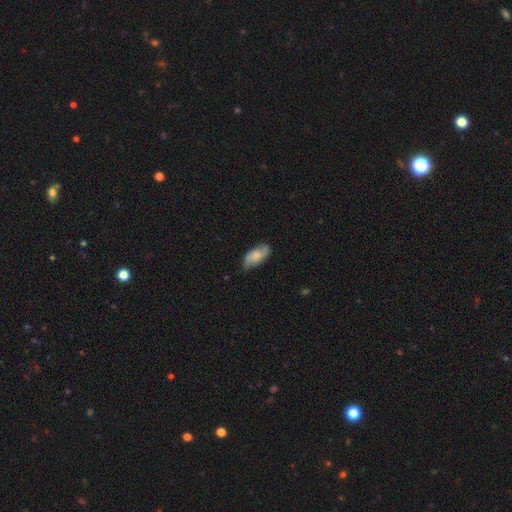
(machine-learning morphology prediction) A smooth galaxy with no disk features (56%) that is in between round and cigar-shaped (87%).

Vote fractions:
- Smooth or featured? smooth: 56% / featured or disk: 37% / star or artifact: 7%
- How rounded? in between: 87% / cigar-shaped: 10% / round: 3%
- Merging? none: 75% / minor disturbance: 20% / major disturbance: 4% / merger: 1%